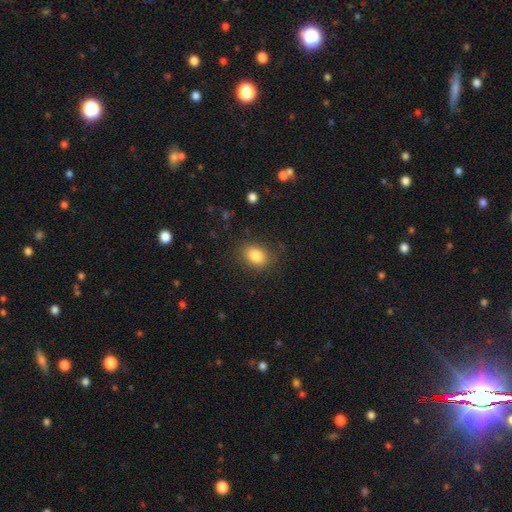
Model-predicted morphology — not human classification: smooth_or_featured: smooth (p=0.84) [alt: star or artifact p=0.09]
how_rounded: in between (p=0.70) [alt: round p=0.29]
merging: none (p=0.82) [alt: minor disturbance p=0.13]